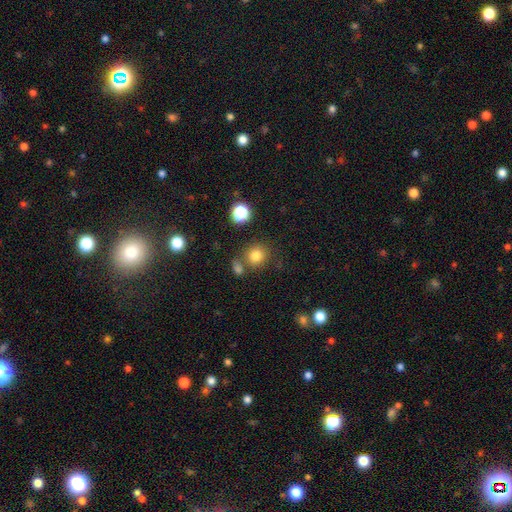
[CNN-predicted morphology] type=smooth (79%); roundness=round (87%); merging=none (70%).